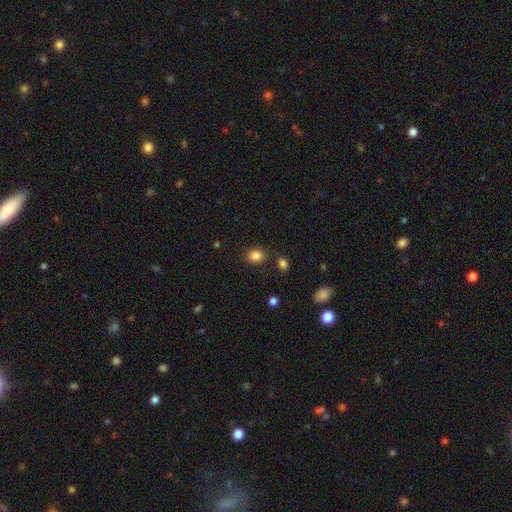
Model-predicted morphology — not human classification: A smooth galaxy with no disk features (84%) that is round (62%). Merging: none (83%).